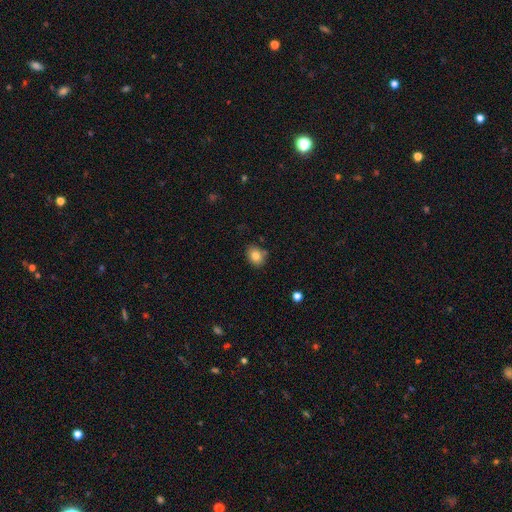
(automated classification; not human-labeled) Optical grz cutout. It shows a smooth galaxy with no disk features (82%) that is round (52%). Merging: none (78%).